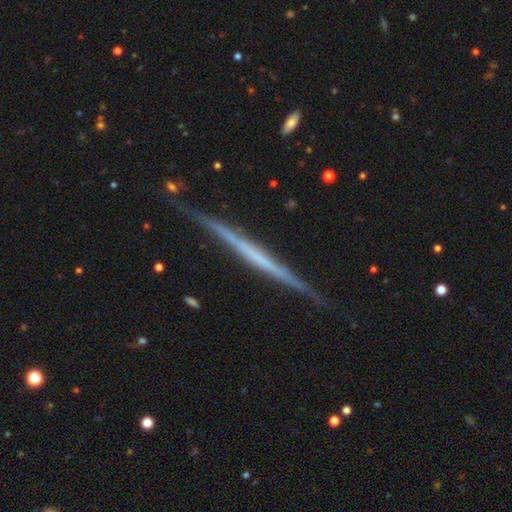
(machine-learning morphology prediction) Smooth or featured: featured or disk — 73% (smooth — 22%)
Edge-on disk: yes — 98% (no — 2%)
Edge-on bulge: none — 86% (rounded — 8%)
Merging: none — 88% (minor disturbance — 9%)